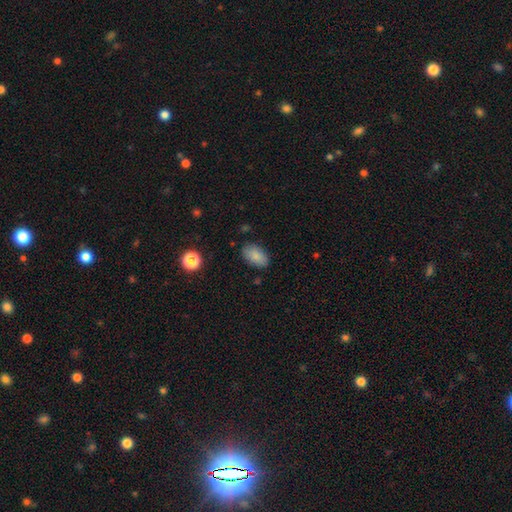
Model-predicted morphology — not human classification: The model was most divided on "merging": none: 82%, minor disturbance: 13%, major disturbance: 3%, merger: 1%. More confident: how rounded — in between (91%); smooth or featured — smooth (85%).